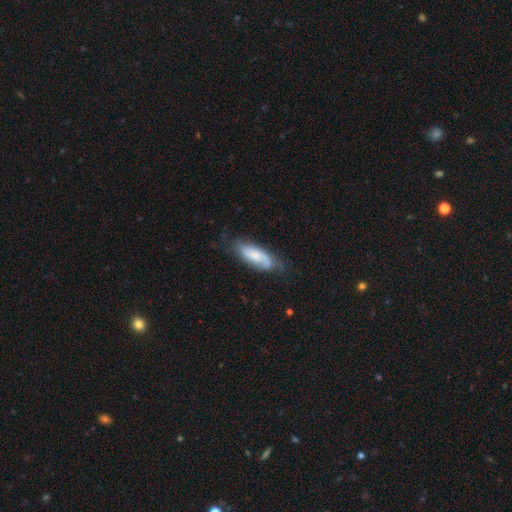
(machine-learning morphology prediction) Overall: featured or disk (52%; smooth 42%). Edge-on disk: no (85%). Merging: none (61%; minor disturbance 26%).